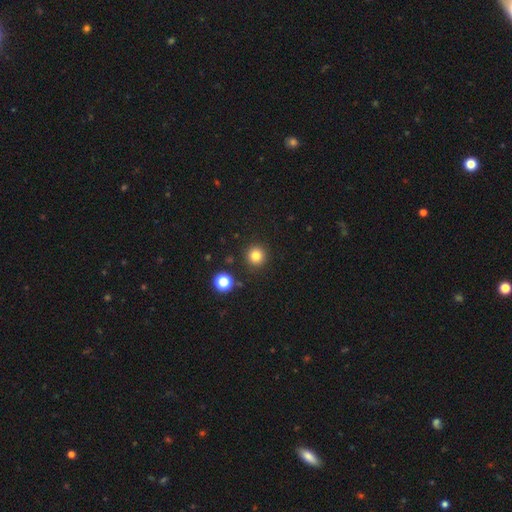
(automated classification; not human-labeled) Morphology: type=smooth (81%); roundness=round (95%); merging=none (90%).